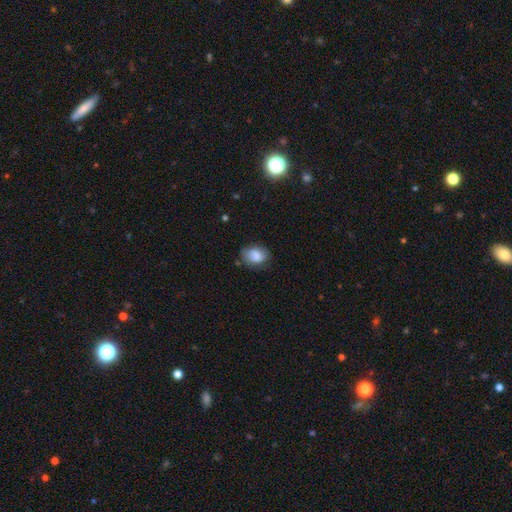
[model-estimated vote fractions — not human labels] Morphology: type=smooth (80%); roundness=in between (67%); merging=none (66%).